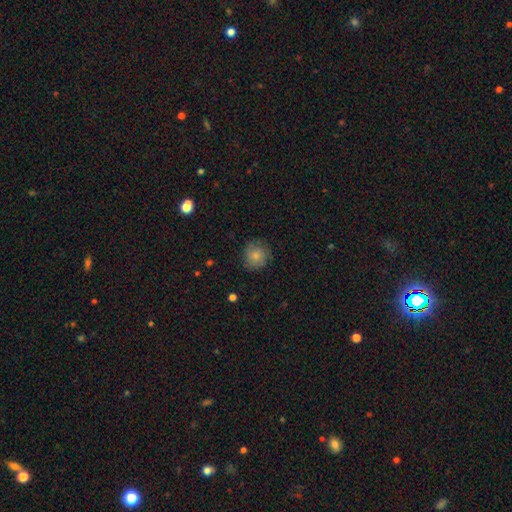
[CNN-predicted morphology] Smooth or featured? Predicted: smooth (p=0.80). How rounded? Predicted: round (p=0.91). Merging? Predicted: none (p=0.81).